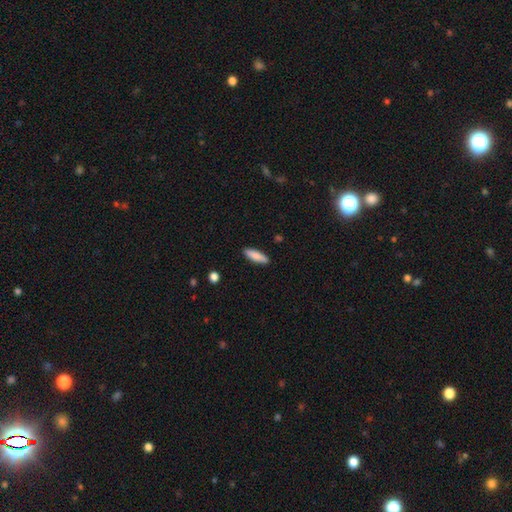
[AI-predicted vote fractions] Smooth or featured?
  - smooth: 84% *
  - featured or disk: 10%
  - star or artifact: 6%
How rounded?
  - cigar-shaped: 59% *
  - in between: 39%
  - round: 2%
Merging?
  - none: 88% *
  - minor disturbance: 9%
  - major disturbance: 2%
  - merger: 1%